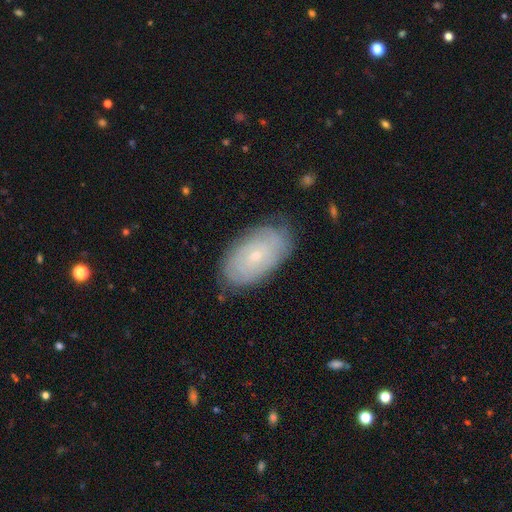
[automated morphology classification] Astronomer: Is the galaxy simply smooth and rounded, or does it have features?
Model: featured or disk — 59%.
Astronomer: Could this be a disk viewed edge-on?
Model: no — 93%.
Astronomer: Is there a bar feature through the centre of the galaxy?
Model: no — 80%.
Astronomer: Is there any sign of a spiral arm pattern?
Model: yes — 76%.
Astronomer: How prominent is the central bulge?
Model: small — 78%.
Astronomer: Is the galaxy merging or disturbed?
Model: none — 79%.